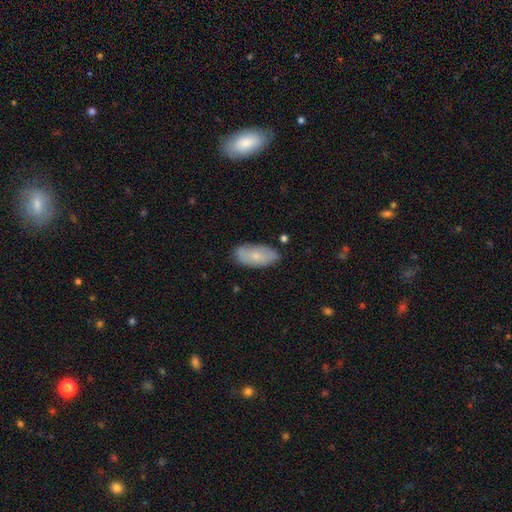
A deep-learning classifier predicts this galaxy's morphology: A smooth galaxy with no disk features (68%) that is in between round and cigar-shaped (92%).

Vote fractions:
- Smooth or featured? smooth: 68% / featured or disk: 25% / star or artifact: 7%
- How rounded? in between: 92% / cigar-shaped: 5% / round: 3%
- Merging? none: 79% / minor disturbance: 16% / major disturbance: 3% / merger: 2%